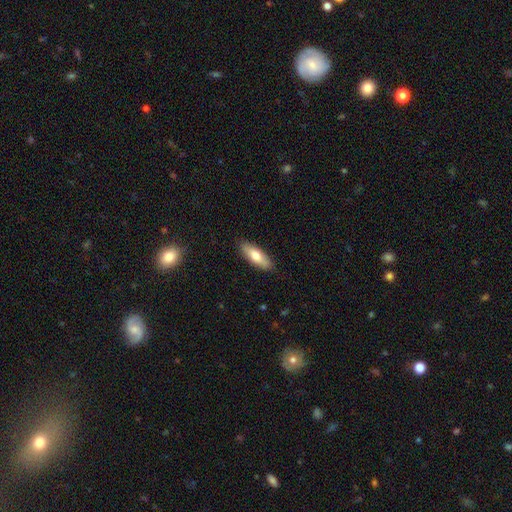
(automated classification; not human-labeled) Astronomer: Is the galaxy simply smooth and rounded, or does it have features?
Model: smooth — 73%.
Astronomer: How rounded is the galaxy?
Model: in between — 60% (runner-up: cigar-shaped, 38%).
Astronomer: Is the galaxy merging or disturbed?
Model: none — 88%.